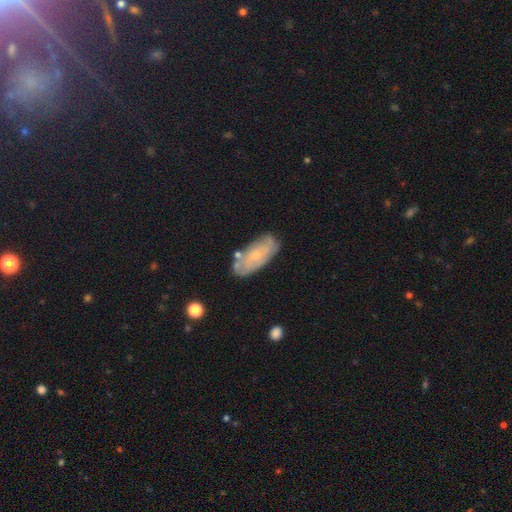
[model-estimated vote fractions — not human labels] This appears to be a featured or disk galaxy (54%). Merging: none (69%).